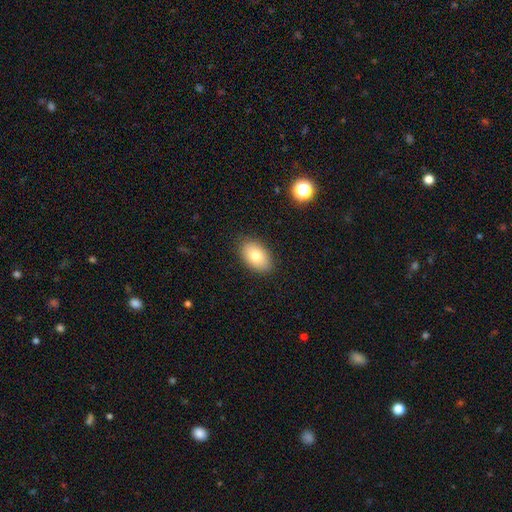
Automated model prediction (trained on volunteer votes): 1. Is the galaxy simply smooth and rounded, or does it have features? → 79% smooth, 13% featured or disk, 8% star or artifact.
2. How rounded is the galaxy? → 91% in between, 7% round, 1% cigar-shaped.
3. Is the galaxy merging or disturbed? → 87% none, 10% minor disturbance, 2% major disturbance, 1% merger.